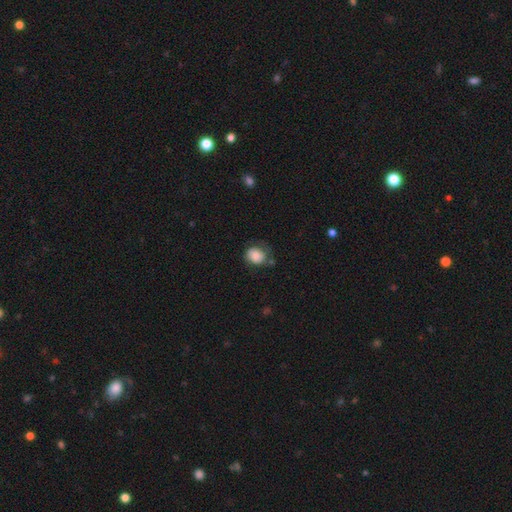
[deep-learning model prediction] Smooth or featured: smooth — 77% (featured or disk — 14%)
How rounded: round — 65% (in between — 34%)
Merging: none — 54% (minor disturbance — 29%)